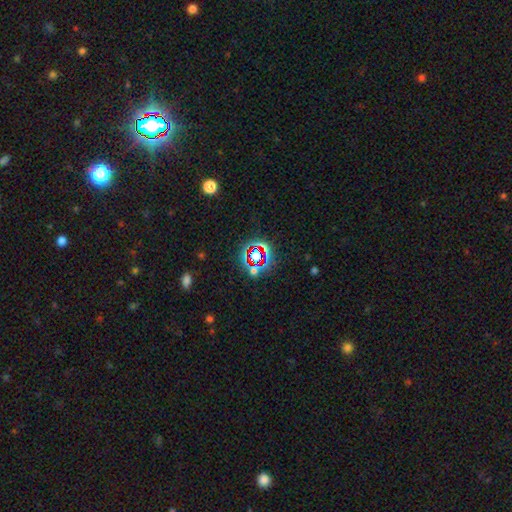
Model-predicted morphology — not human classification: A star or artifact, not a galaxy (71%).

Vote fractions:
- Smooth or featured? star or artifact: 71% / smooth: 19% / featured or disk: 10%